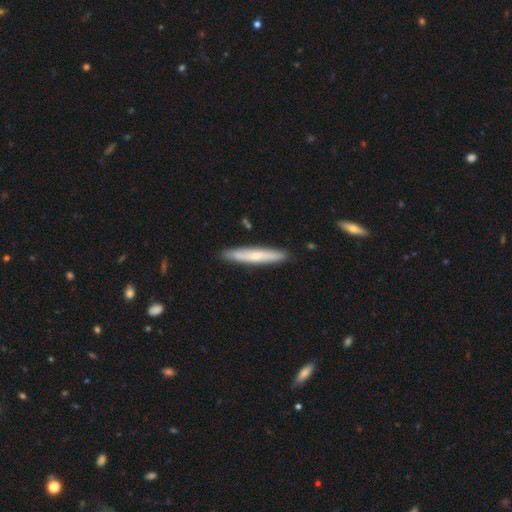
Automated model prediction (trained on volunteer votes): Smooth or featured: smooth — 55% (featured or disk — 40%)
How rounded: cigar-shaped — 92% (in between — 6%)
Merging: none — 89% (minor disturbance — 8%)